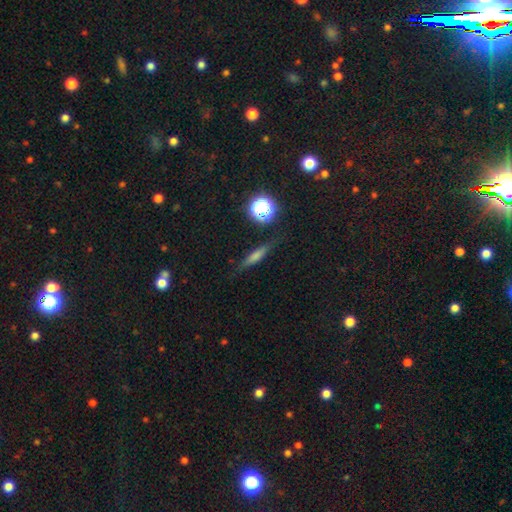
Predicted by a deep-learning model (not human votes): The model was most divided on "smooth or featured": smooth: 52%, featured or disk: 33%, star or artifact: 14%. More confident: merging — none (83%); how rounded — cigar-shaped (79%).